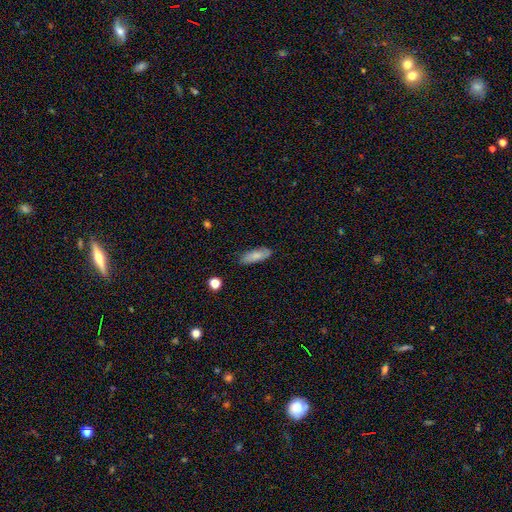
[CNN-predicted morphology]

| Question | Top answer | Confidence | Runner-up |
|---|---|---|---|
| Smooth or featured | smooth | 78% | featured or disk (15%) |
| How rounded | in between | 66% | cigar-shaped (32%) |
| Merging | none | 80% | minor disturbance (16%) |